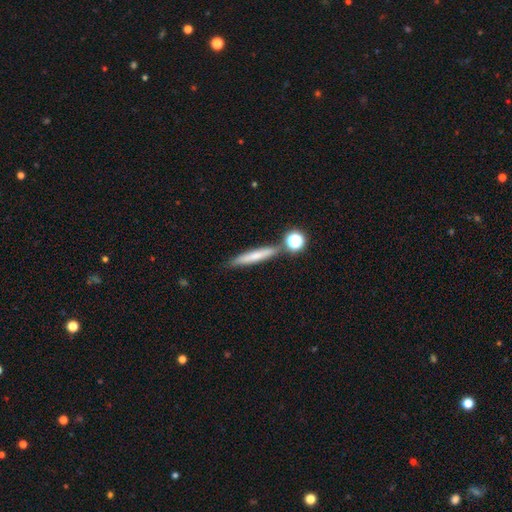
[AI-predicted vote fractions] A smooth galaxy with no disk features (65%) that is cigar-shaped (90%). Merging: none (75%).